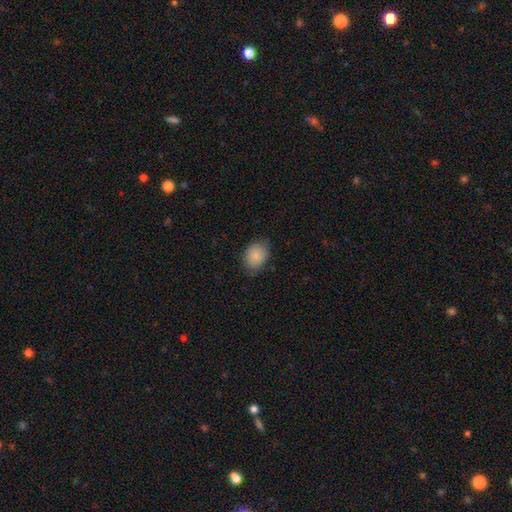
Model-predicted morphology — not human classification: Smooth or featured? smooth (84%)
How rounded? in between (58%)
Merging? none (78%)